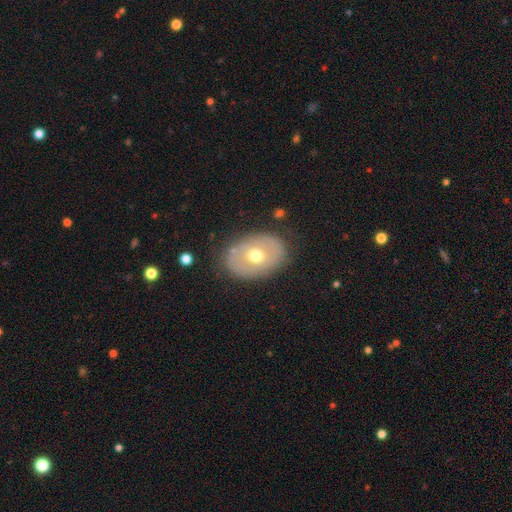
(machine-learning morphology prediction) Smooth or featured: smooth — 52% (featured or disk — 41%)
How rounded: in between — 74% (round — 25%)
Merging: none — 80% (minor disturbance — 14%)